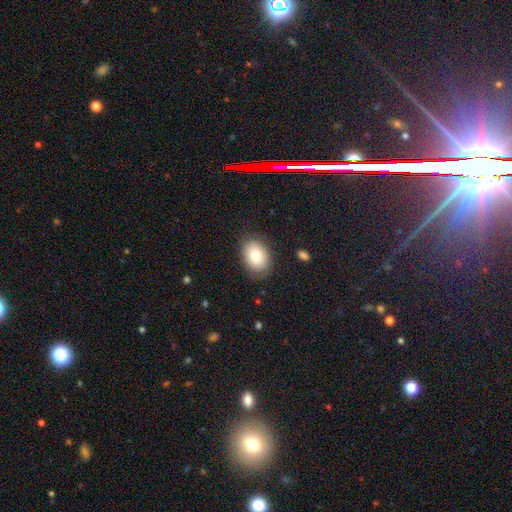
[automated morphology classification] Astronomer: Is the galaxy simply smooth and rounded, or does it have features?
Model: smooth — 82%.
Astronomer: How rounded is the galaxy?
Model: in between — 77%.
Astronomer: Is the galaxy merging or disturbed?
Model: none — 81%.